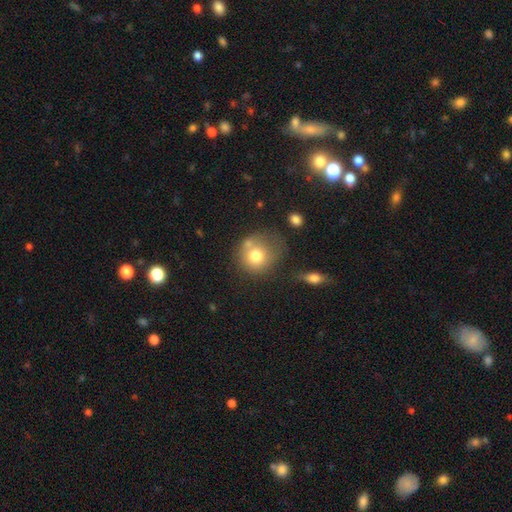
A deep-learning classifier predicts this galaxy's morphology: This appears to be a smooth galaxy with no disk features (74%) that is round (81%). Merging: none (45%).